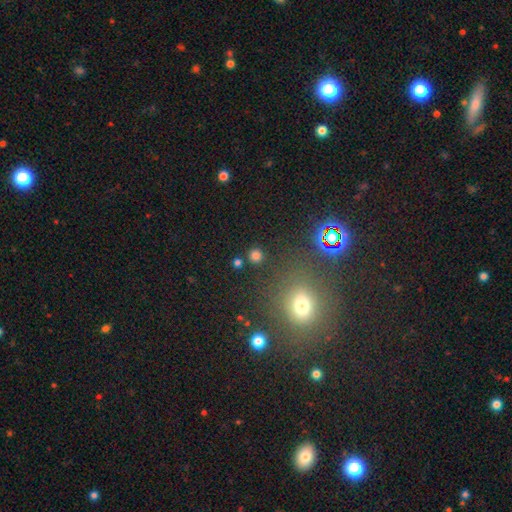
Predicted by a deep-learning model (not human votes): Q: Smooth or featured?
A: smooth (75%); runner-up: star or artifact (20%)
Q: How rounded?
A: round (93%); runner-up: in between (6%)
Q: Merging?
A: none (87%); runner-up: minor disturbance (6%)